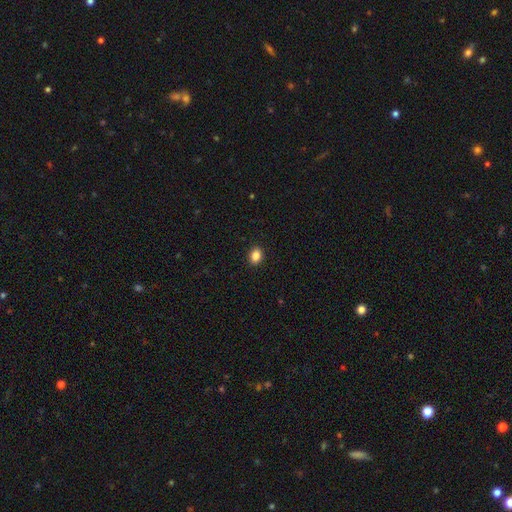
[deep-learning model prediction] Morphology: type=smooth (87%); roundness=in between (68%); merging=none (91%).